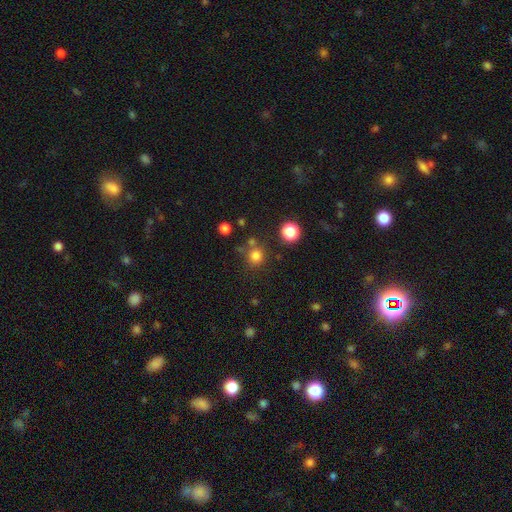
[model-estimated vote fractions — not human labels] A smooth galaxy with no disk features (78%) that is round (90%).

Vote fractions:
- Smooth or featured? smooth: 78% / star or artifact: 16% / featured or disk: 6%
- How rounded? round: 90% / in between: 9% / cigar-shaped: 1%
- Merging? none: 73% / merger: 13% / minor disturbance: 10% / major disturbance: 4%